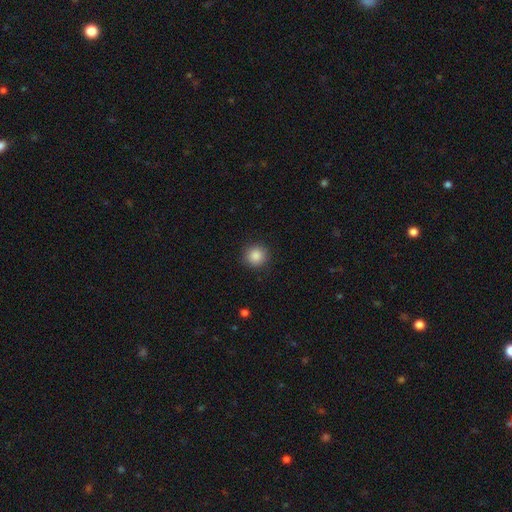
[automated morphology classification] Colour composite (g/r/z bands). It shows a smooth galaxy with no disk features (87%) that is round (93%). Merging: none (90%).